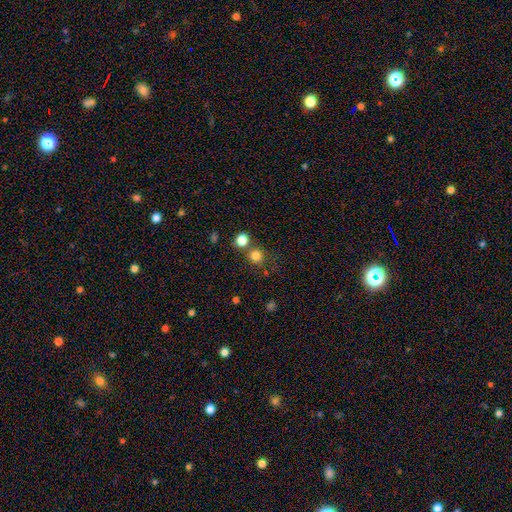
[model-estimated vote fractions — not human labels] A smooth galaxy with no disk features (80%) that is round (91%).

Vote fractions:
- Smooth or featured? smooth: 80% / star or artifact: 15% / featured or disk: 6%
- How rounded? round: 91% / in between: 8% / cigar-shaped: 1%
- Merging? none: 70% / merger: 19% / minor disturbance: 8% / major disturbance: 3%